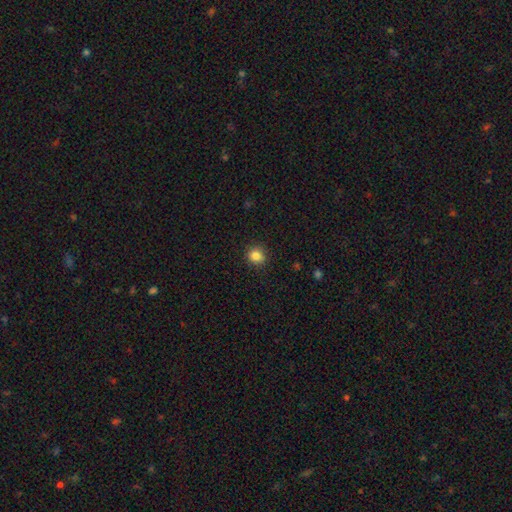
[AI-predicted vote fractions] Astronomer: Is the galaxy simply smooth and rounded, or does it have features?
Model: smooth — 85%.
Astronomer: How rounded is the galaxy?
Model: round — 82%.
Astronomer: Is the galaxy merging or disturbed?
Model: none — 88%.